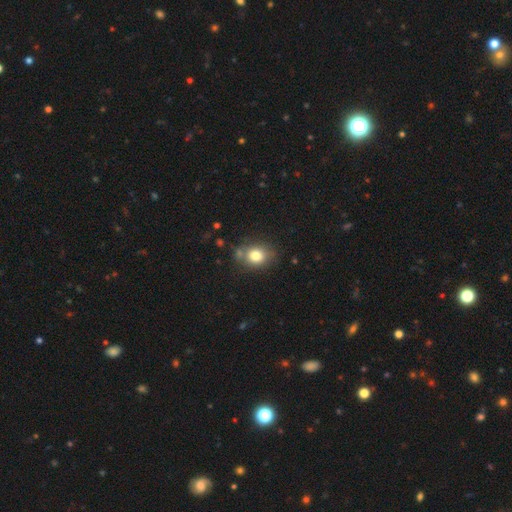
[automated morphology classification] smooth-or-featured: smooth: 79% | star or artifact: 11% | featured or disk: 10%
  how-rounded: round: 53% | in between: 46% | cigar-shaped: 1%
  merging: none: 70% | minor disturbance: 17% | merger: 8% | major disturbance: 5%